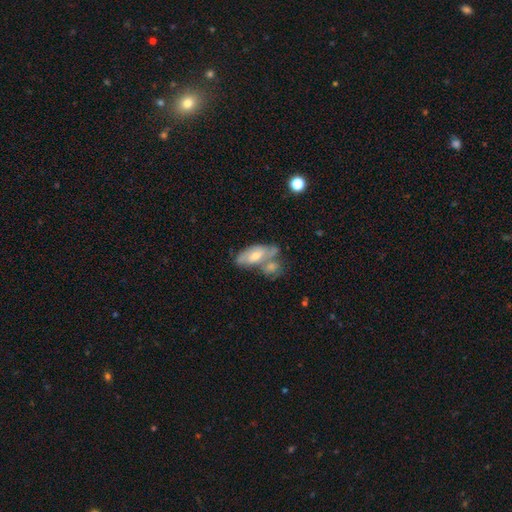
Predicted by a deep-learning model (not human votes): smooth_or_featured: featured or disk (p=0.49) [alt: smooth p=0.44]
merging: merger (p=0.47) [alt: none p=0.31]